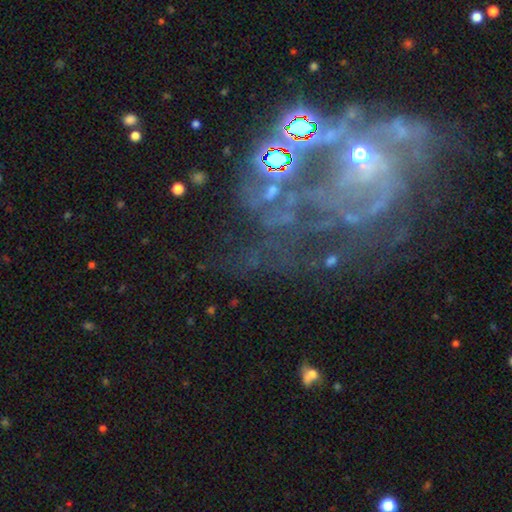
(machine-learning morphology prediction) A featured or disk galaxy (67%) with no bar (64%), spiral arms (72%) and a small central bulge (55%).

Vote fractions:
- Smooth or featured? featured or disk: 67% / star or artifact: 23% / smooth: 10%
- Edge-on disk? no: 96% / yes: 4%
- Bar? no: 64% / weak: 25% / strong: 12%
- Spiral arms? yes: 72% / no: 28%
- Bulge size? small: 55% / moderate: 25% / none: 16% / large: 3% / dominant: 2%
- Merging? none: 42% / major disturbance: 33% / minor disturbance: 16% / merger: 9%